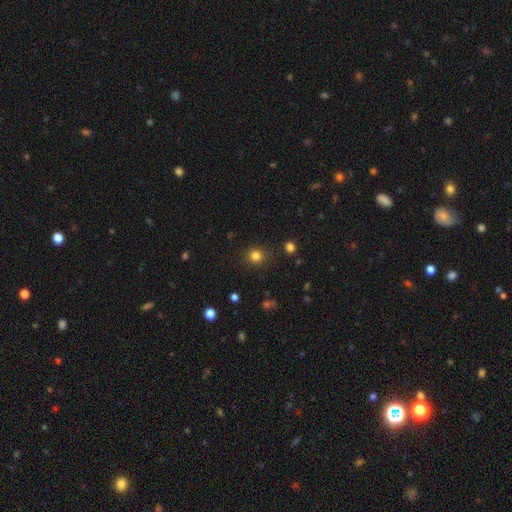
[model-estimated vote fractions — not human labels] smooth_or_featured: smooth (p=0.82) [alt: star or artifact p=0.14]
how_rounded: round (p=0.89) [alt: in between p=0.10]
merging: none (p=0.89) [alt: minor disturbance p=0.07]